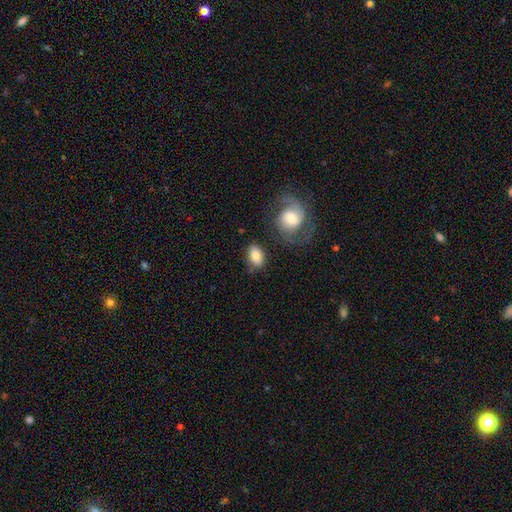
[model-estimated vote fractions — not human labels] Q: Smooth or featured?
A: smooth (78%); runner-up: featured or disk (16%)
Q: How rounded?
A: in between (84%); runner-up: round (14%)
Q: Merging?
A: none (72%); runner-up: minor disturbance (14%)